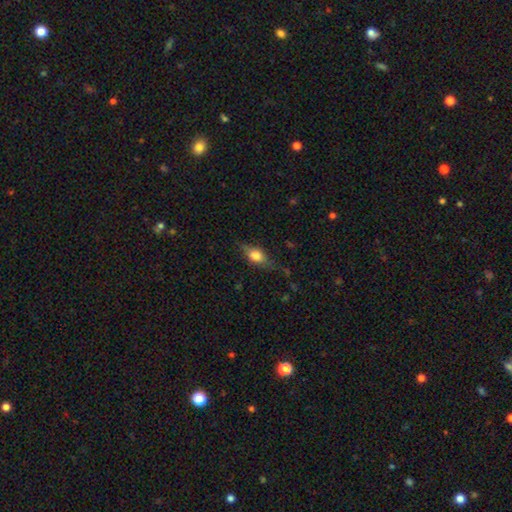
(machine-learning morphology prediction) type=smooth (65%); roundness=in between (76%); merging=none (69%).